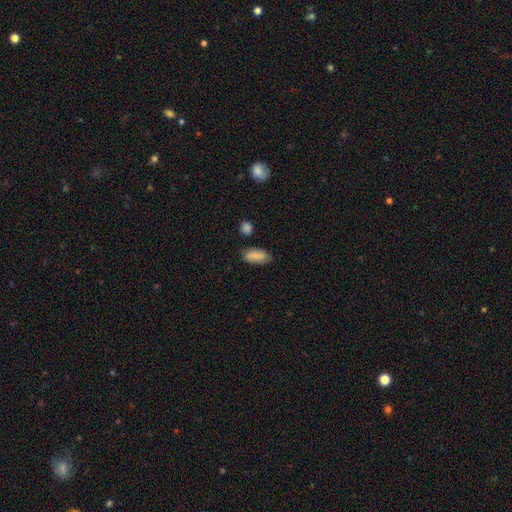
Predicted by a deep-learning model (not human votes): Q: Smooth or featured?
A: smooth (84%); runner-up: featured or disk (9%)
Q: How rounded?
A: in between (88%); runner-up: cigar-shaped (9%)
Q: Merging?
A: none (72%); runner-up: minor disturbance (20%)